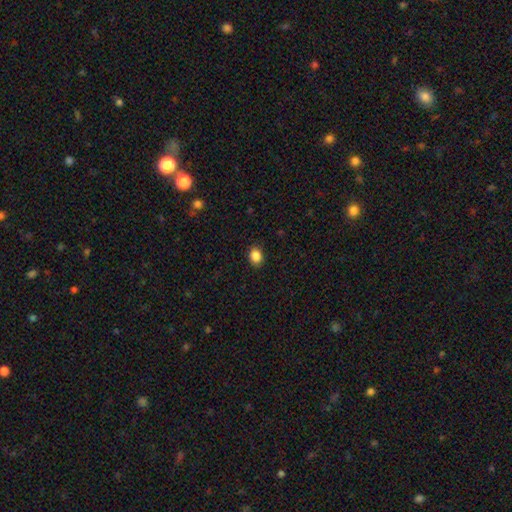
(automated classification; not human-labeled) The model was most divided on "how rounded": in between: 52%, round: 47%, cigar-shaped: 1%. More confident: merging — none (89%); smooth or featured — smooth (87%).